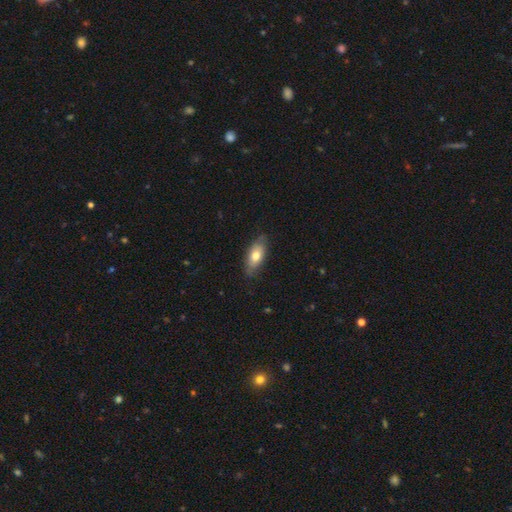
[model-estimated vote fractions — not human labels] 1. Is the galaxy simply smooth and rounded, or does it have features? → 71% smooth, 23% featured or disk, 6% star or artifact.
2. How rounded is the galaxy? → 83% in between, 13% cigar-shaped, 3% round.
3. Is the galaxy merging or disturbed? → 81% none, 16% minor disturbance, 2% major disturbance, 1% merger.